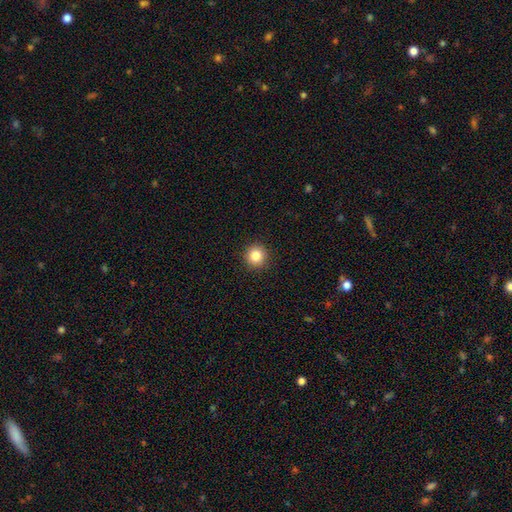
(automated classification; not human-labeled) This appears to be a smooth galaxy with no disk features (85%) that is round (94%). Merging: none (92%).